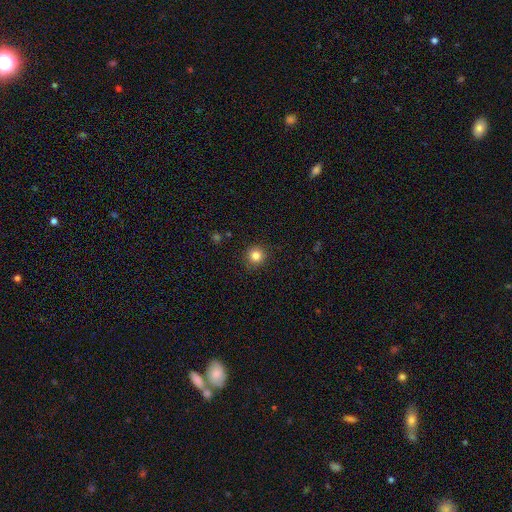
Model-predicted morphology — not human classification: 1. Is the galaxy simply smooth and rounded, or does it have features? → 83% smooth, 11% star or artifact, 5% featured or disk.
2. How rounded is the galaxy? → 93% round, 6% in between, 1% cigar-shaped.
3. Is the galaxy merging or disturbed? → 90% none, 6% minor disturbance, 2% major disturbance, 1% merger.